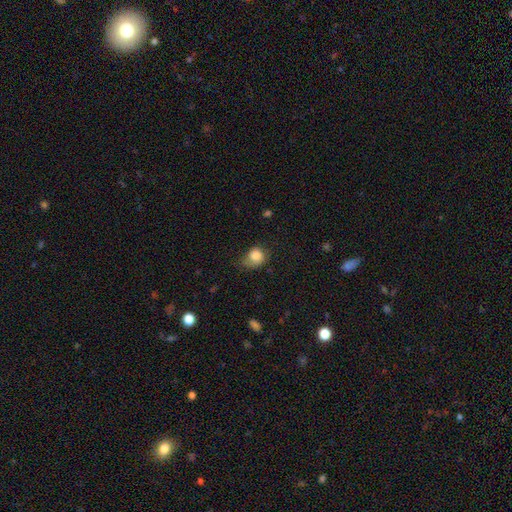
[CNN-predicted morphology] type=smooth (83%); roundness=round (64%); merging=none (45%).